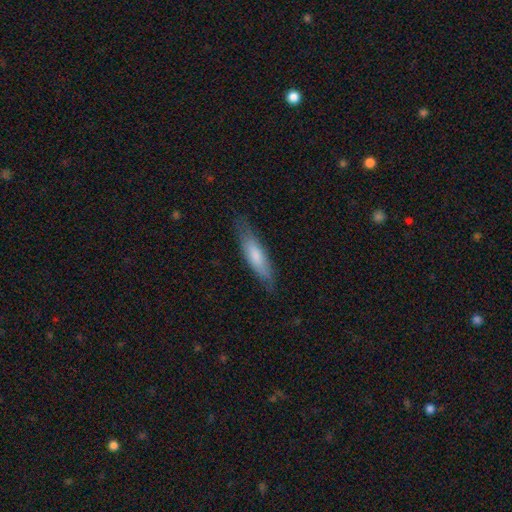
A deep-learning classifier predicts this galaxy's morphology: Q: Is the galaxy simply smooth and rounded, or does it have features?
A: smooth — 71%.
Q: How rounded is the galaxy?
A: cigar-shaped — 67%.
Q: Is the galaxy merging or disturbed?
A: none — 76%.